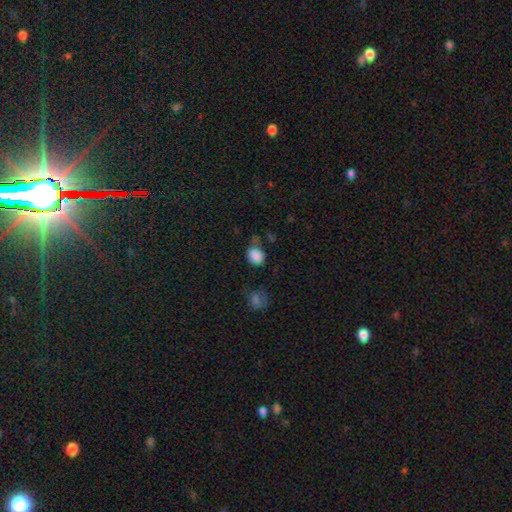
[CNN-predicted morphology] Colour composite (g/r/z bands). It shows a smooth galaxy with no disk features (86%) that is round (63%). Merging: none (68%).